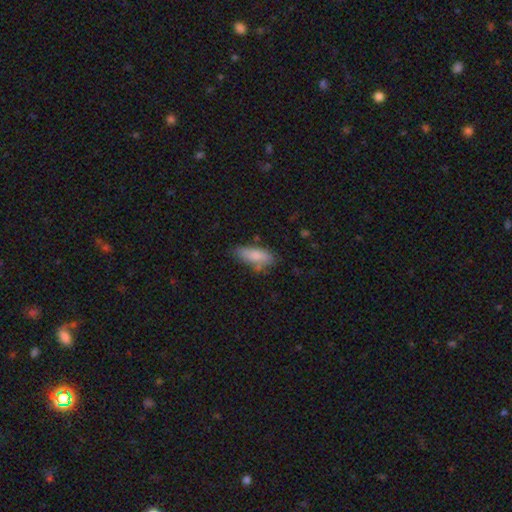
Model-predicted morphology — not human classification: A smooth galaxy with no disk features (82%) that is in between round and cigar-shaped (73%). Merging: none (66%).